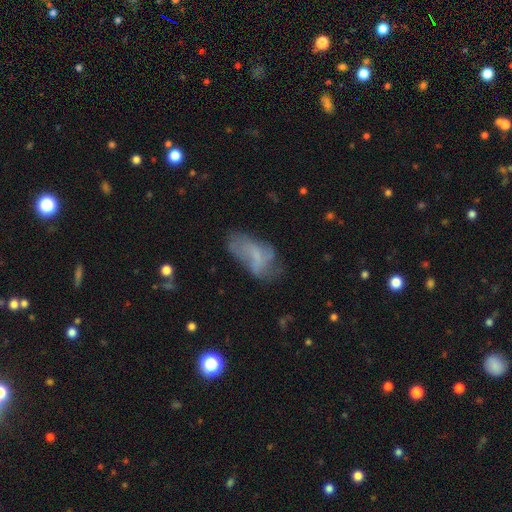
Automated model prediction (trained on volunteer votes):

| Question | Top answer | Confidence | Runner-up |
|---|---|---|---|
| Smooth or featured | smooth | 46% | featured or disk (42%) |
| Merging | none | 36% | major disturbance (30%) |